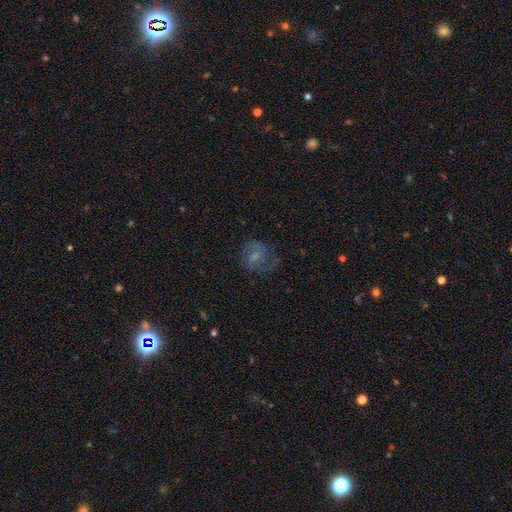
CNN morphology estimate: featured or disk 51%, smooth 38%, star or artifact 11%. Down the decision tree: edge-on disk — no (97%); merging — none (65%).